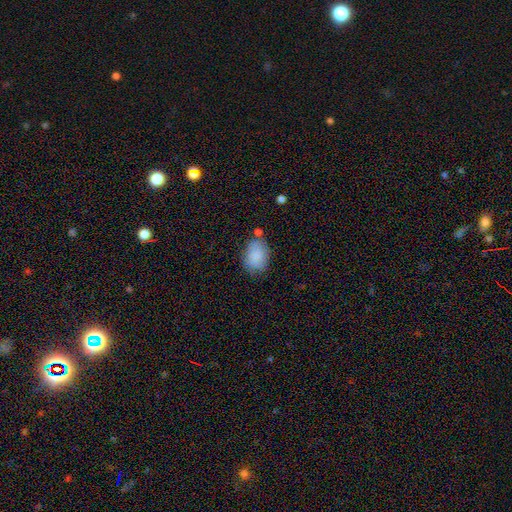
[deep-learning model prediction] A smooth galaxy with no disk features (86%) that is in between round and cigar-shaped (73%). Merging: none (65%).